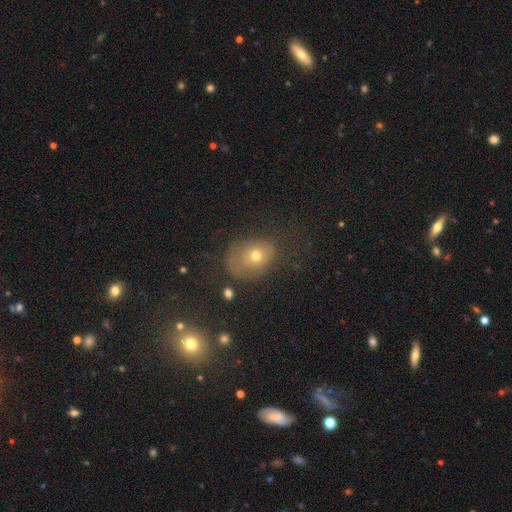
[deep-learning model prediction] Morphology: type=smooth (63%); roundness=in between (54%); merging=none (49%).